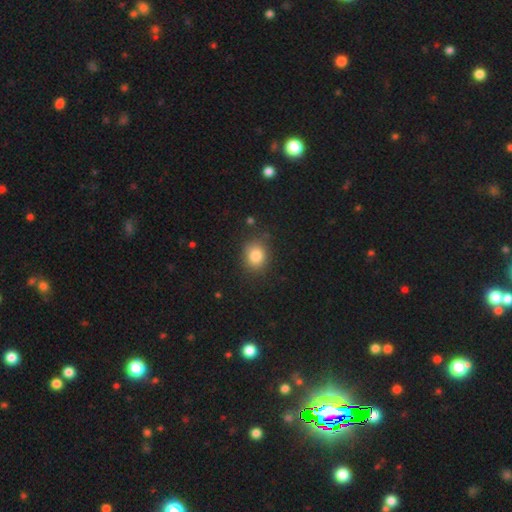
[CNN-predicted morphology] Smooth or featured? smooth (83%)
How rounded? round (67%)
Merging? none (83%)